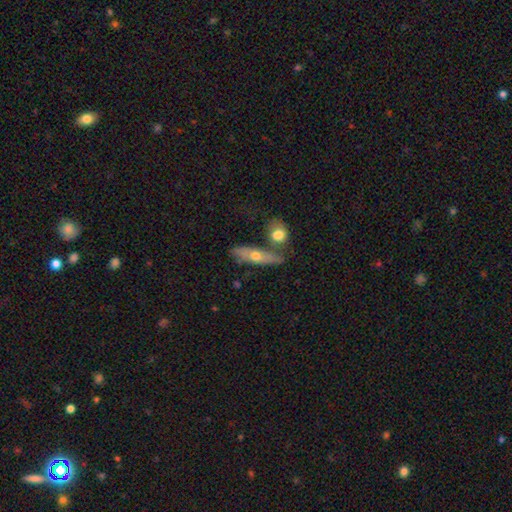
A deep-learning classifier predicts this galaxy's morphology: smooth_or_featured: featured or disk (p=0.49) [alt: smooth p=0.44]
merging: none (p=0.58) [alt: merger p=0.21]